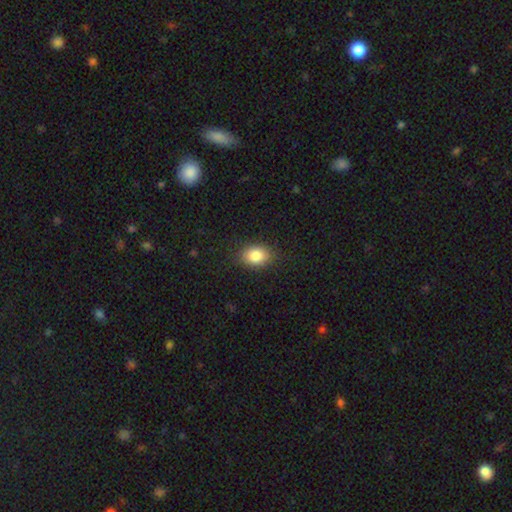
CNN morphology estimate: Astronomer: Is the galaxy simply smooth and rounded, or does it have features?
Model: smooth — 85%.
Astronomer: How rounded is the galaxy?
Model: in between — 75%.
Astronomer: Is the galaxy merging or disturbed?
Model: none — 85%.